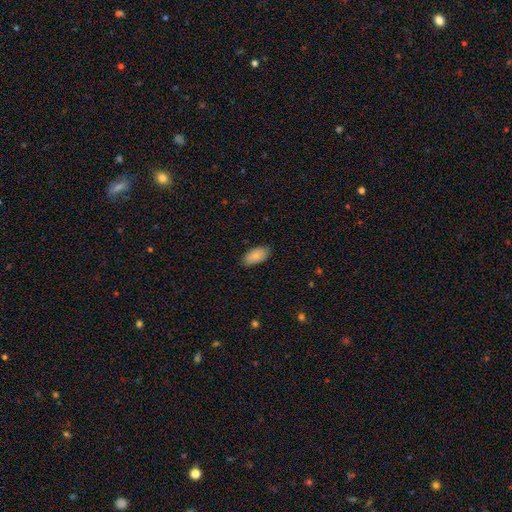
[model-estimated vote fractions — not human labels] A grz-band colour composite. It shows a smooth galaxy with no disk features (83%) that is in between round and cigar-shaped (94%). Merging: none (85%).